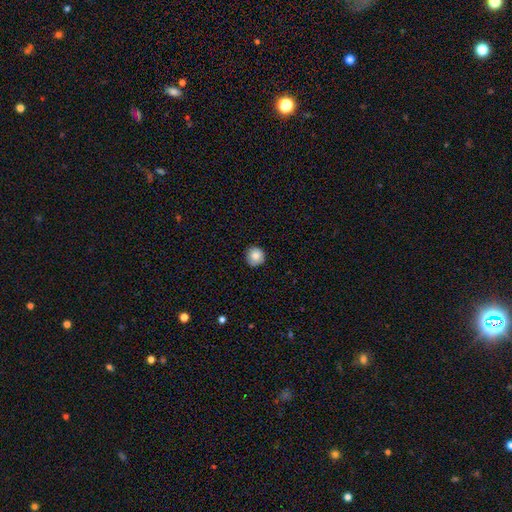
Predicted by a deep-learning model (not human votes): smooth 85%, star or artifact 9%, featured or disk 6%. Down the decision tree: how rounded — round (94%); merging — none (88%).